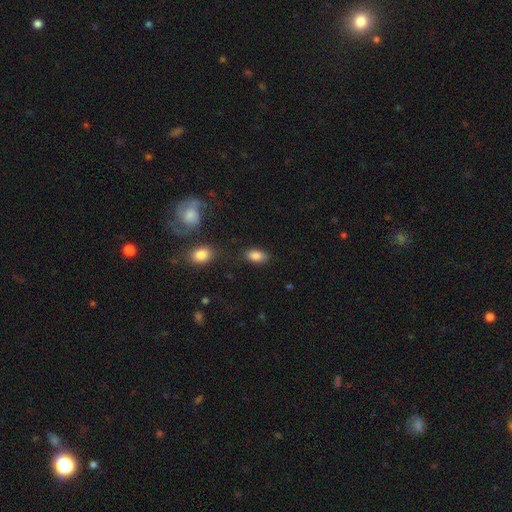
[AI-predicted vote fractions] The model was most divided on "merging": none: 81%, minor disturbance: 12%, major disturbance: 3%, merger: 3%. More confident: how rounded — in between (91%); smooth or featured — smooth (84%).